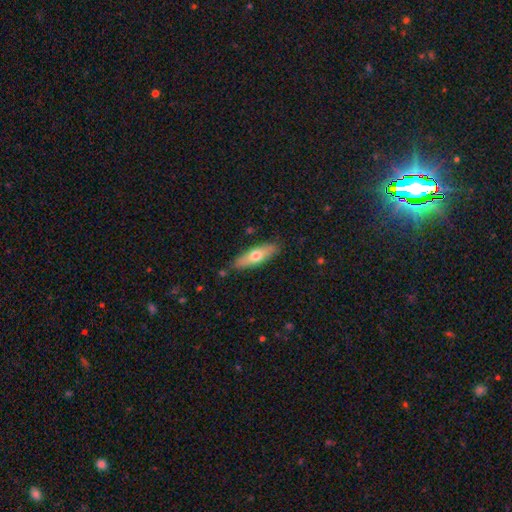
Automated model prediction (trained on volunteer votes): This appears to be a smooth galaxy with no disk features (60%) that is cigar-shaped (59%). Merging: none (84%).